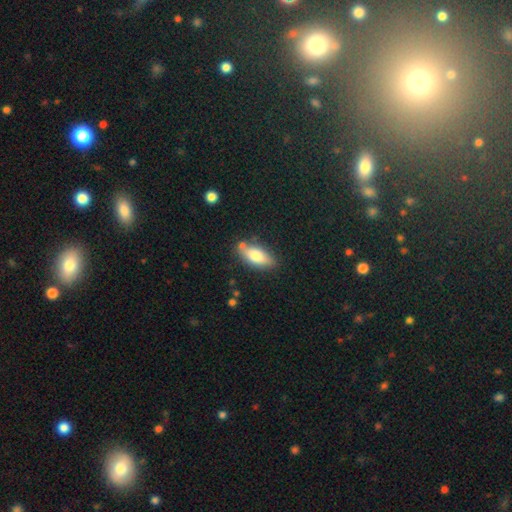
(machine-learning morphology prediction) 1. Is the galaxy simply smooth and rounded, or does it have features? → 75% smooth, 18% featured or disk, 7% star or artifact.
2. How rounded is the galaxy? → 83% in between, 14% cigar-shaped, 3% round.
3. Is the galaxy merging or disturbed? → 73% none, 16% minor disturbance, 7% merger, 4% major disturbance.